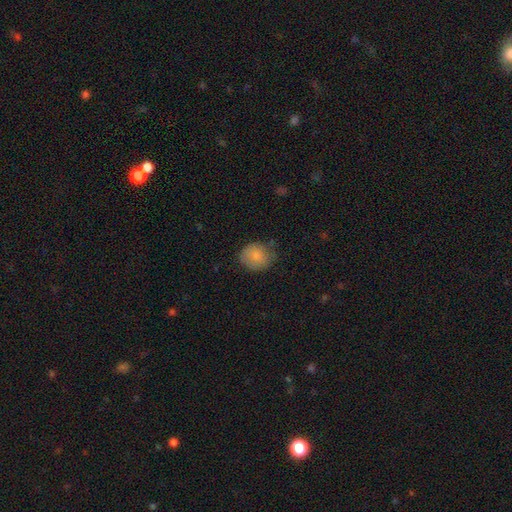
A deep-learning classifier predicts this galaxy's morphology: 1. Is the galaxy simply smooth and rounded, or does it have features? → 82% smooth, 10% featured or disk, 8% star or artifact.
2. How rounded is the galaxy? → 75% round, 24% in between, 1% cigar-shaped.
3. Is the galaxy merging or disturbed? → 67% none, 25% minor disturbance, 6% major disturbance, 2% merger.